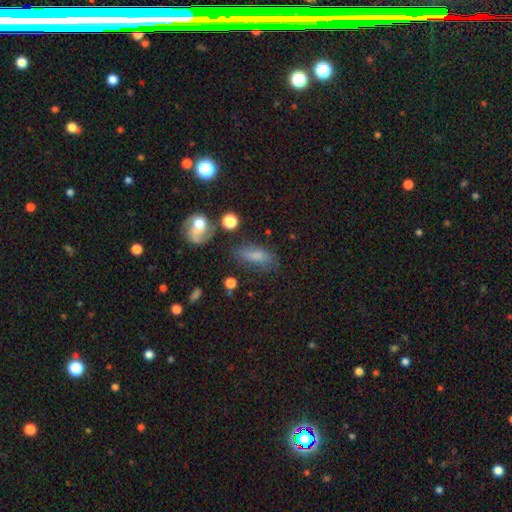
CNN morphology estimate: Smooth or featured: smooth — 65% (featured or disk — 21%)
How rounded: in between — 76% (cigar-shaped — 15%)
Merging: none — 54% (minor disturbance — 26%)